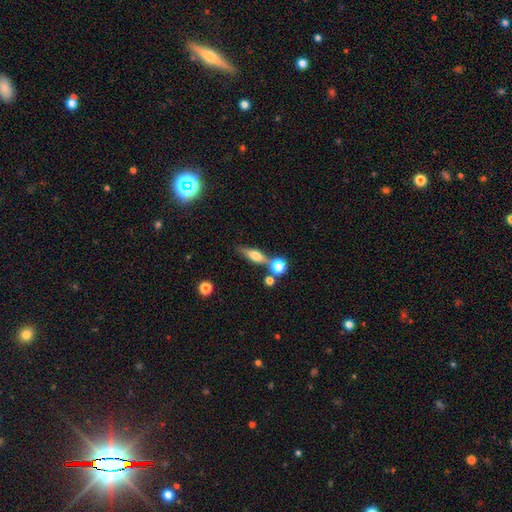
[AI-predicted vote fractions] This is possibly a smooth galaxy (52%). How rounded: possibly in between (45%). Merging: possibly none (57%).